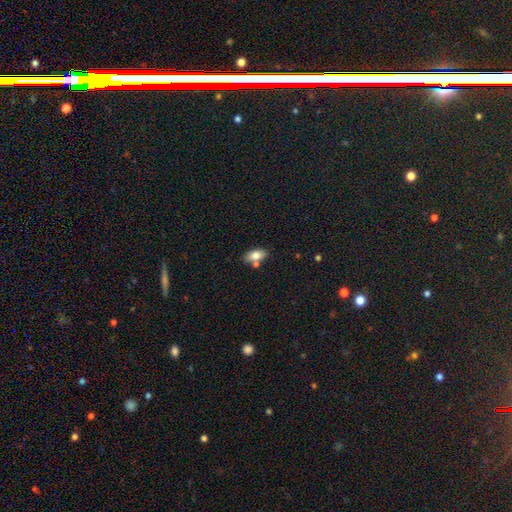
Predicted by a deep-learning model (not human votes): Q: Smooth or featured?
A: smooth (77%); runner-up: featured or disk (15%)
Q: How rounded?
A: in between (89%); runner-up: cigar-shaped (7%)
Q: Merging?
A: none (66%); runner-up: merger (17%)